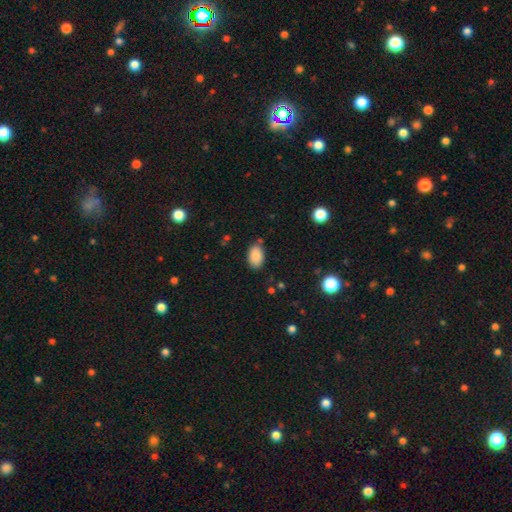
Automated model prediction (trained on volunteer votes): Morphology: type=smooth (88%); roundness=in between (90%); merging=none (79%).